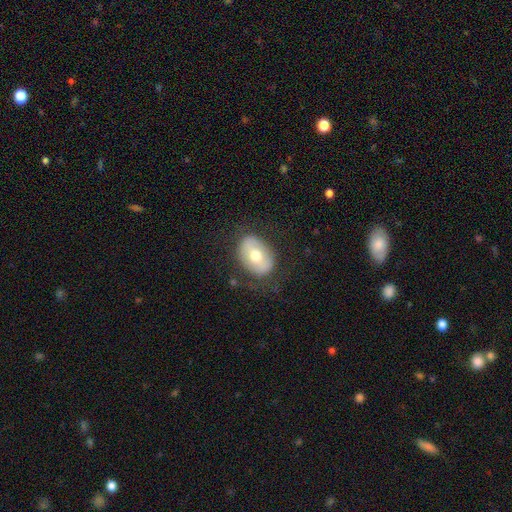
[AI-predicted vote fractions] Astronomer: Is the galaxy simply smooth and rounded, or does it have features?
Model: smooth — 55% (runner-up: featured or disk, 38%).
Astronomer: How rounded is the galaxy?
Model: in between — 75%.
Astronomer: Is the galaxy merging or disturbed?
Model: none — 75%.